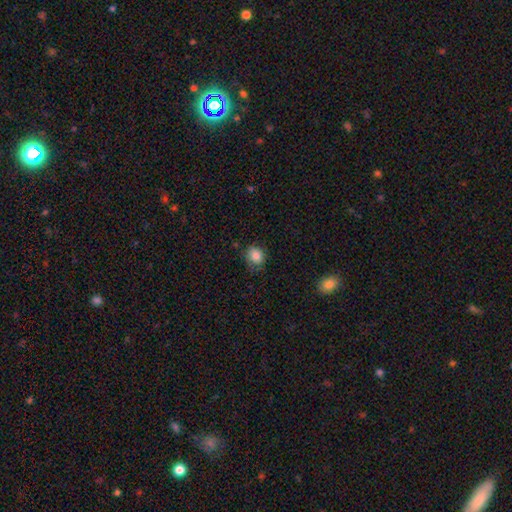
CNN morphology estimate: type=smooth (84%); roundness=round (70%); merging=none (73%).